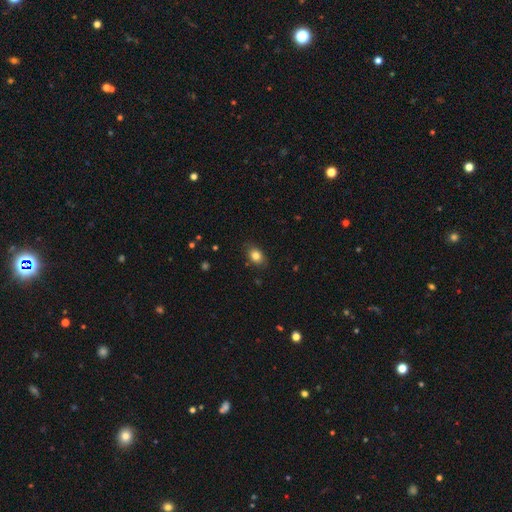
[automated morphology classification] A smooth galaxy with no disk features (83%) that is in between round and cigar-shaped (72%).

Vote fractions:
- Smooth or featured? smooth: 83% / star or artifact: 10% / featured or disk: 8%
- How rounded? in between: 72% / round: 27% / cigar-shaped: 1%
- Merging? none: 84% / minor disturbance: 13% / major disturbance: 3% / merger: 1%